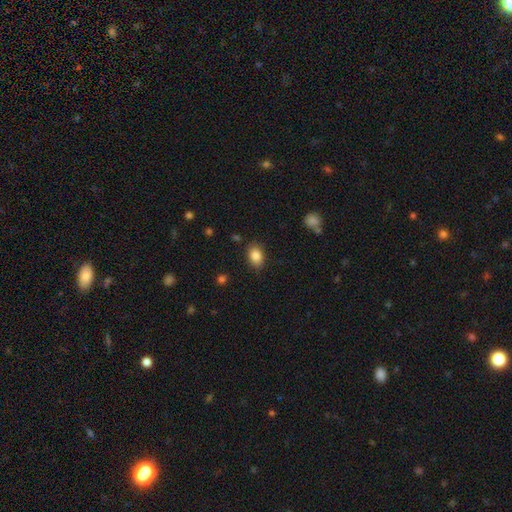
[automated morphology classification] This appears to be a smooth galaxy with no disk features (86%) that is in between round and cigar-shaped (79%). Merging: none (82%).